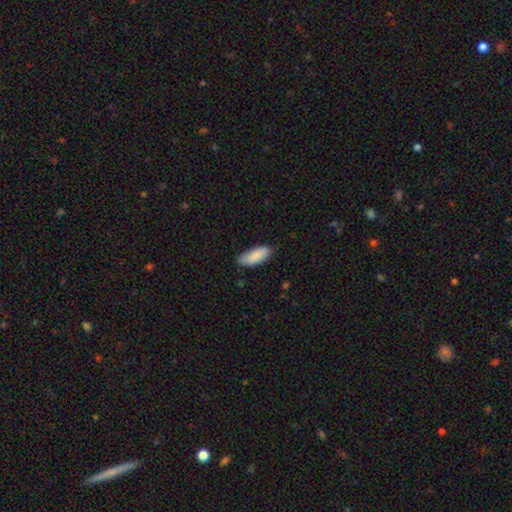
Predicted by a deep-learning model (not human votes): Smooth or featured? Predicted: smooth (p=0.88). How rounded? Predicted: in between (p=0.80). Merging? Predicted: none (p=0.77).